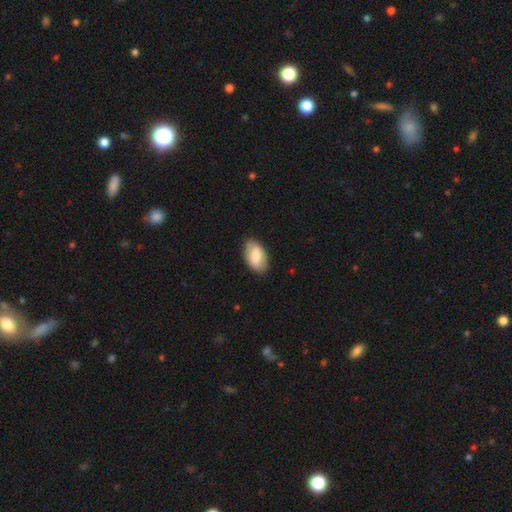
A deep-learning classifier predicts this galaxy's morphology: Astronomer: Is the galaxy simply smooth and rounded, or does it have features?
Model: smooth — 76%.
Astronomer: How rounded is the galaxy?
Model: in between — 94%.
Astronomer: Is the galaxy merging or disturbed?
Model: none — 84%.